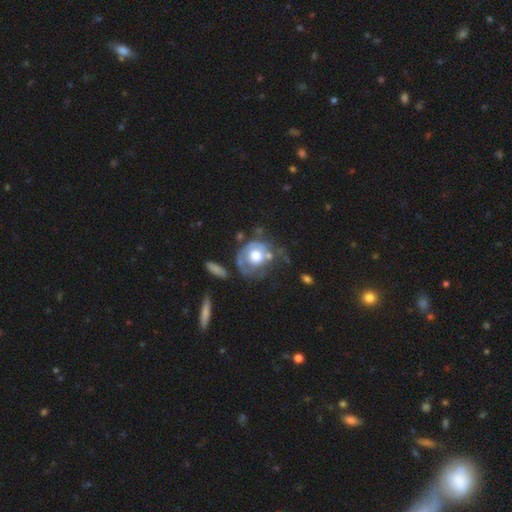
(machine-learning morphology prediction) type=featured or disk (49%); merging=none (39%).